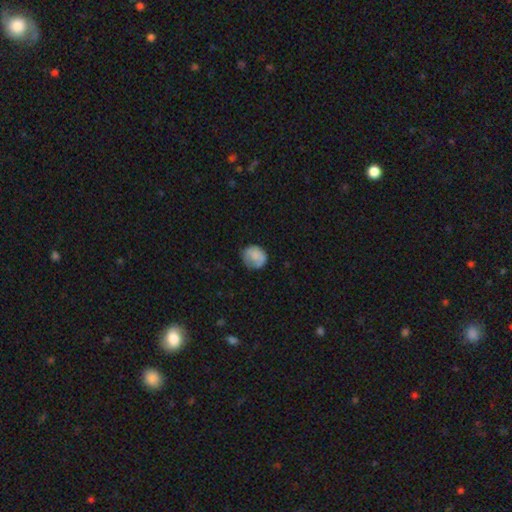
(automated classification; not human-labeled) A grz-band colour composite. It shows a smooth galaxy with no disk features (77%) that is round (81%). Merging: none (66%).